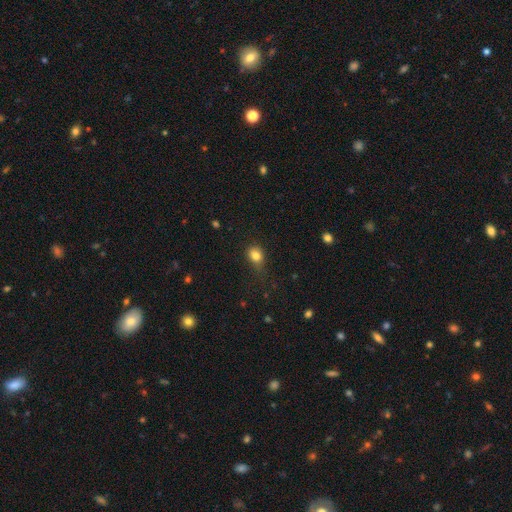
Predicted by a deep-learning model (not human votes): smooth 81%, star or artifact 12%, featured or disk 7%. Down the decision tree: how rounded — in between (50%); merging — none (61%).